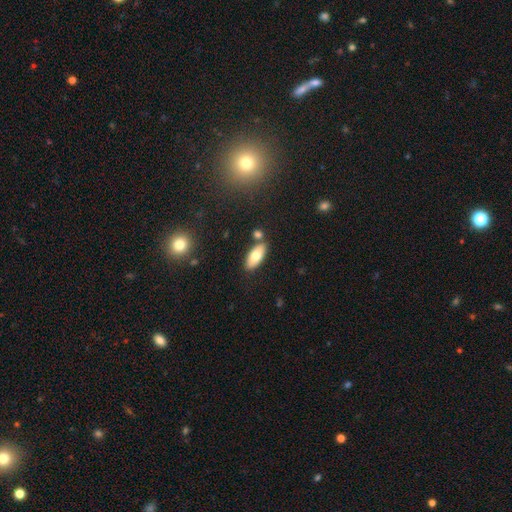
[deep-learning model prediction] Smooth or featured? smooth (75%)
How rounded? in between (86%)
Merging? none (79%)